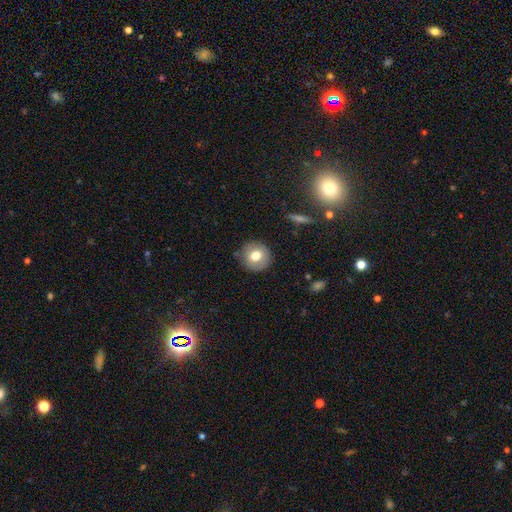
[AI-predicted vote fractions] Overall: smooth (73%). How rounded: round (91%). Merging: none (87%).